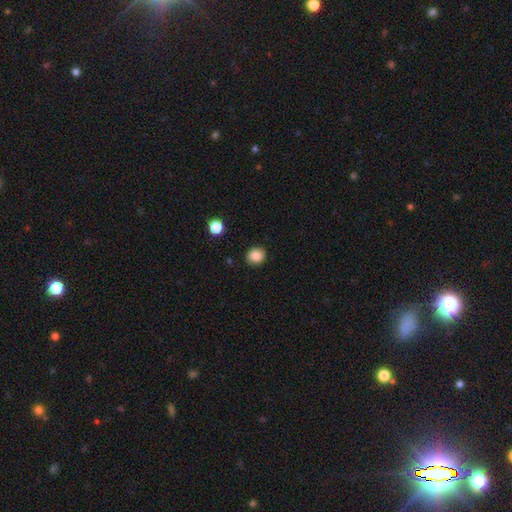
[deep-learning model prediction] Smooth or featured? Predicted: smooth (p=0.85). How rounded? Predicted: round (p=0.82). Merging? Predicted: none (p=0.87).